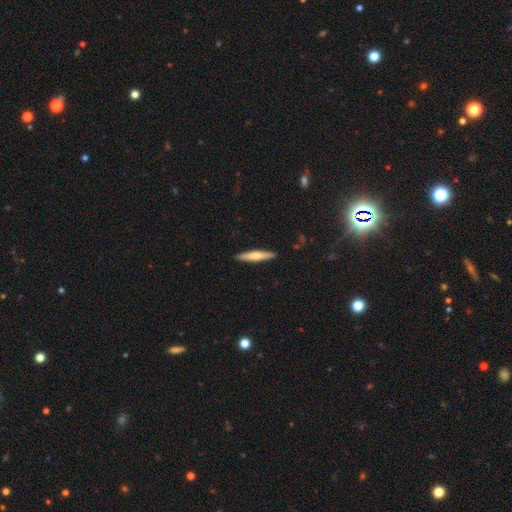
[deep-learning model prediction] smooth_or_featured: smooth (p=0.61) [alt: featured or disk p=0.34]
how_rounded: cigar-shaped (p=0.92) [alt: in between p=0.07]
merging: none (p=0.91) [alt: minor disturbance p=0.06]